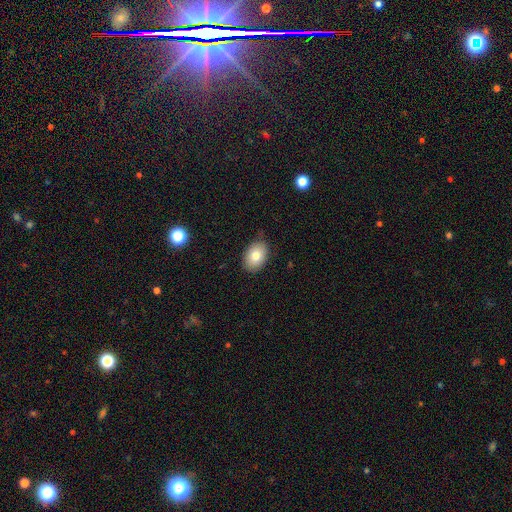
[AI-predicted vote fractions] This is likely a smooth galaxy (78%). How rounded: clearly in between (83%). Merging: clearly none (84%).